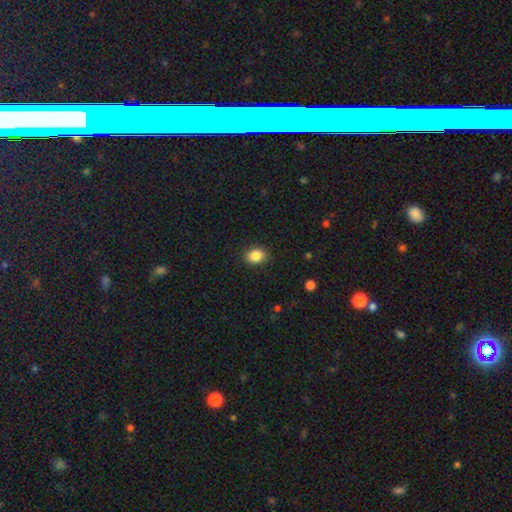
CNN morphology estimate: smooth-or-featured: smooth: 86% | star or artifact: 9% | featured or disk: 5%
  how-rounded: in between: 57% | round: 42% | cigar-shaped: 1%
  merging: none: 89% | minor disturbance: 8% | major disturbance: 2% | merger: 1%